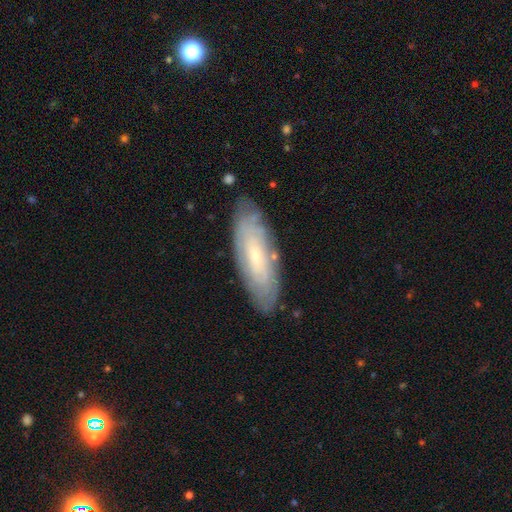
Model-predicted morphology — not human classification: This is possibly a featured or disk galaxy (59%). It is likely not viewed edge-on (78%). Merging: clearly none (82%).